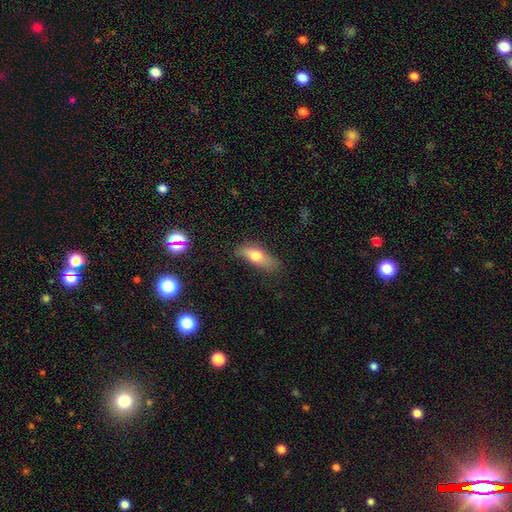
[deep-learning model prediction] Smooth or featured? smooth (68%)
How rounded? in between (67%)
Merging? none (67%)